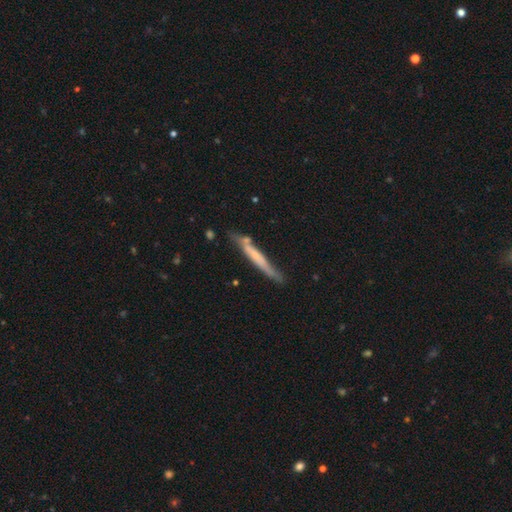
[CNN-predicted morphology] A featured or disk galaxy (52%) viewed edge-on (89%).

Vote fractions:
- Smooth or featured? featured or disk: 52% / smooth: 42% / star or artifact: 6%
- Edge-on disk? yes: 89% / no: 11%
- Merging? none: 69% / minor disturbance: 20% / merger: 7% / major disturbance: 4%